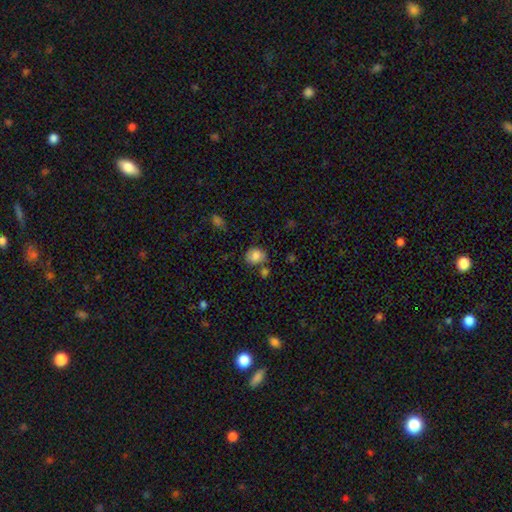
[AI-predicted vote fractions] Smooth or featured: smooth — 82% (star or artifact — 10%)
How rounded: round — 58% (in between — 41%)
Merging: none — 59% (minor disturbance — 18%)